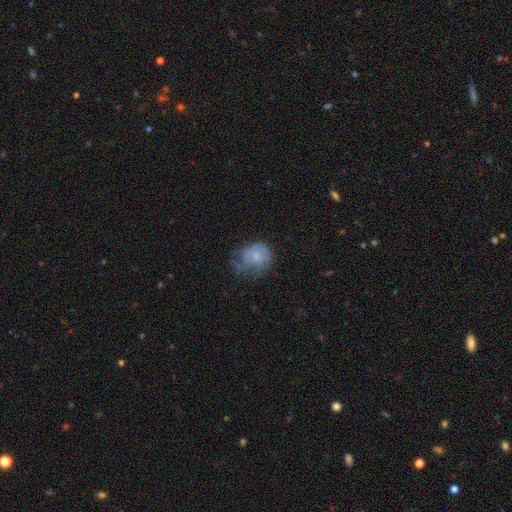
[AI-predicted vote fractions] The model was most divided on "smooth or featured": smooth: 46%, featured or disk: 45%, star or artifact: 10%. Remaining: merging — none (40%).